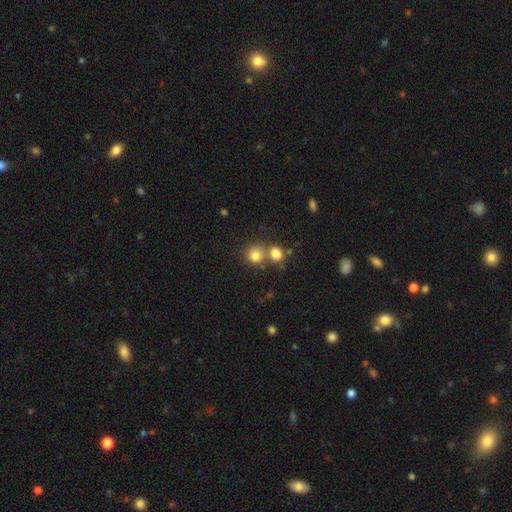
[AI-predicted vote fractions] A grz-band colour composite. It shows a smooth galaxy with no disk features (80%) that is round (85%). Merging: none (51%).